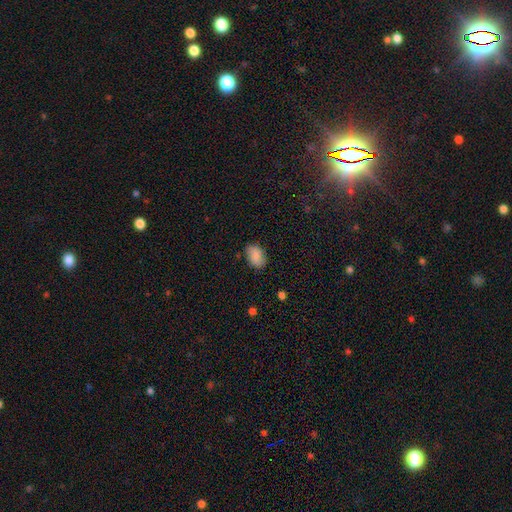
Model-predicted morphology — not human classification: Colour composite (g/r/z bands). It shows a smooth galaxy with no disk features (83%) that is in between round and cigar-shaped (83%). Merging: none (76%).